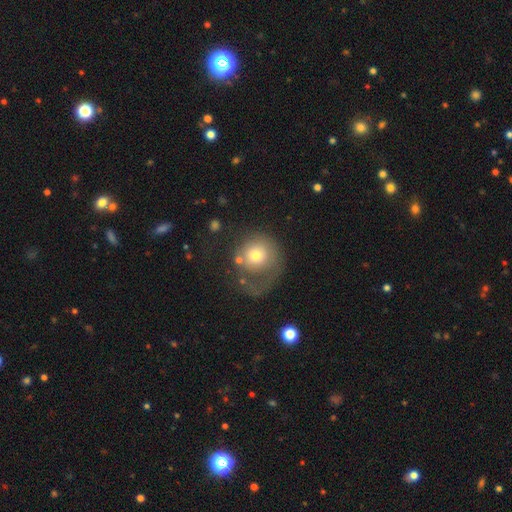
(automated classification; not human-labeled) The model was most divided on "merging": major disturbance: 46%, none: 30%, minor disturbance: 19%, merger: 6%. More confident: how rounded — round (86%); smooth or featured — smooth (62%).